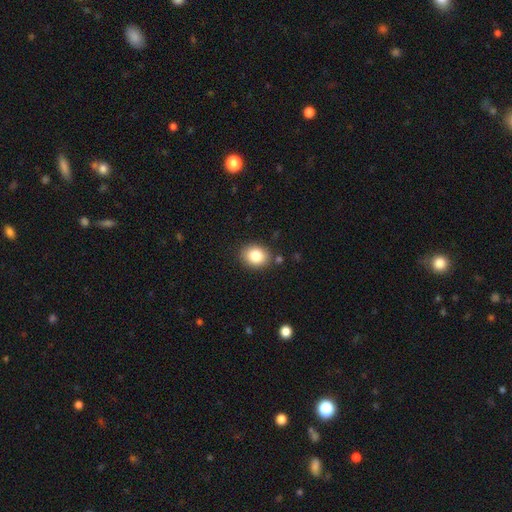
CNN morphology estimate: The model was most divided on "how rounded": round: 55%, in between: 44%, cigar-shaped: 1%. More confident: merging — none (86%); smooth or featured — smooth (83%).